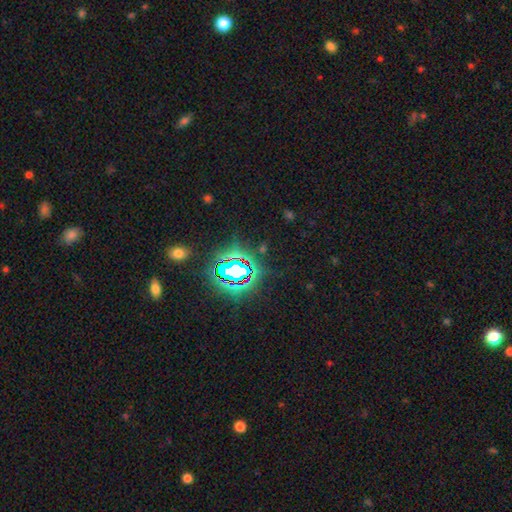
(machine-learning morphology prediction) The model was most divided on "smooth or featured": star or artifact: 82%, smooth: 11%, featured or disk: 7%.